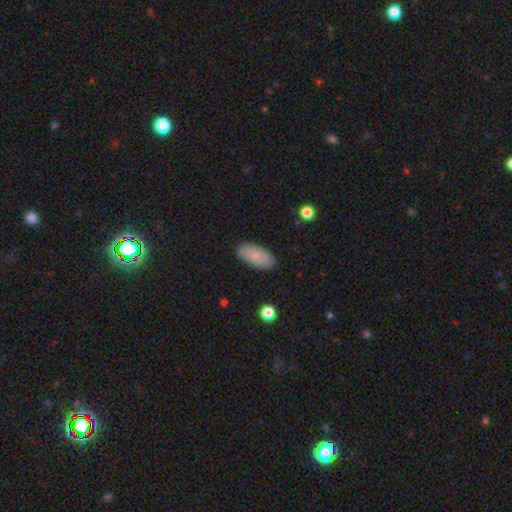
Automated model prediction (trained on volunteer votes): Overall: smooth (83%). How rounded: in between (91%). Merging: none (86%).